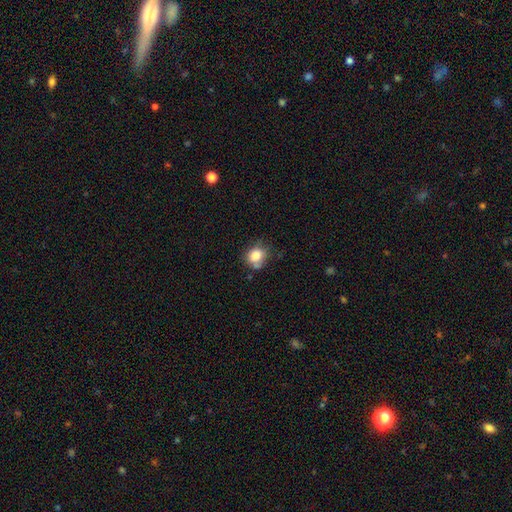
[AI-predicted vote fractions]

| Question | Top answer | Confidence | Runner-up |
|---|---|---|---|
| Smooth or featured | smooth | 80% | star or artifact (10%) |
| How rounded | round | 66% | in between (33%) |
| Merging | none | 60% | minor disturbance (24%) |